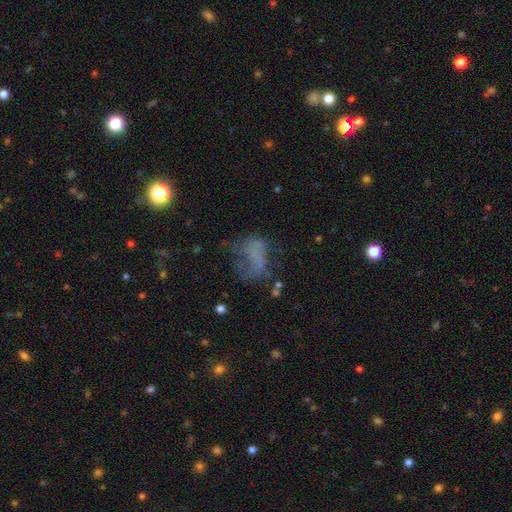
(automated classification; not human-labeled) This is marginally a smooth galaxy (42%). Merging: marginally major disturbance (43%).